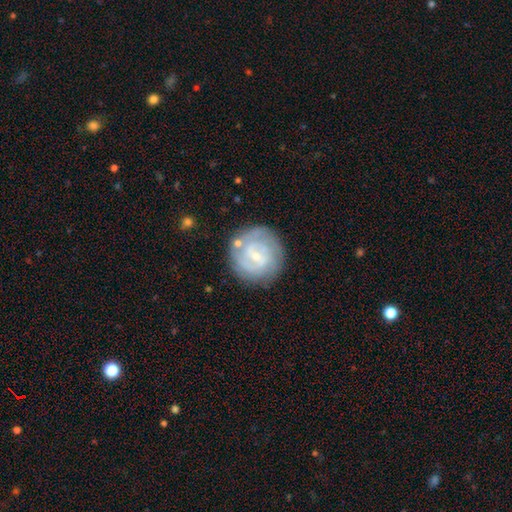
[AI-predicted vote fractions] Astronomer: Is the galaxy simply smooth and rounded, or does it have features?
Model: featured or disk — 73%.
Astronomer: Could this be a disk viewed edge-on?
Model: no — 98%.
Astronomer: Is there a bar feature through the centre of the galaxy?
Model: weak — 53% (runner-up: no, 33%).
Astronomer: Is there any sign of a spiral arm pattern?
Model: yes — 89%.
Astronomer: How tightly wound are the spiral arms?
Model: tight — 62%.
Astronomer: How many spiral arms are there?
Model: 2 — 41% (runner-up: can't tell, 31%).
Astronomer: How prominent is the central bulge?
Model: small — 75%.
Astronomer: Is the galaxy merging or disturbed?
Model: none — 77%.